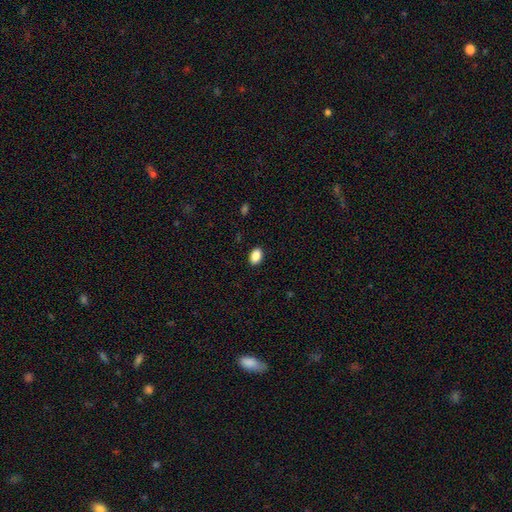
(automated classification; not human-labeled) Smooth or featured? Predicted: smooth (p=0.89). How rounded? Predicted: in between (p=0.88). Merging? Predicted: none (p=0.89).